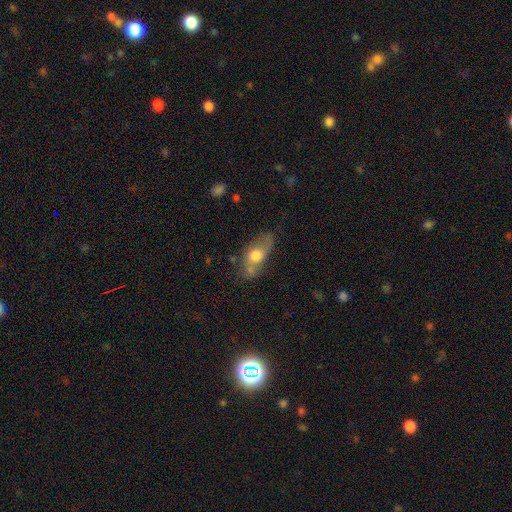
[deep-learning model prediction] Smooth or featured? smooth (58%)
How rounded? in between (78%)
Merging? none (51%)